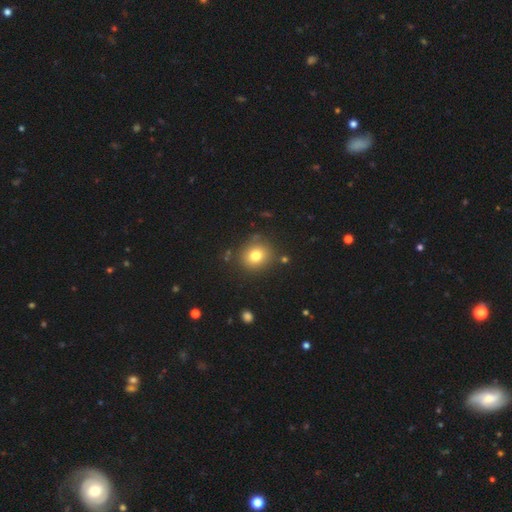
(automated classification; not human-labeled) smooth-or-featured: smooth: 77% | star or artifact: 13% | featured or disk: 10%
  how-rounded: round: 83% | in between: 16% | cigar-shaped: 1%
  merging: none: 84% | minor disturbance: 10% | merger: 3% | major disturbance: 3%